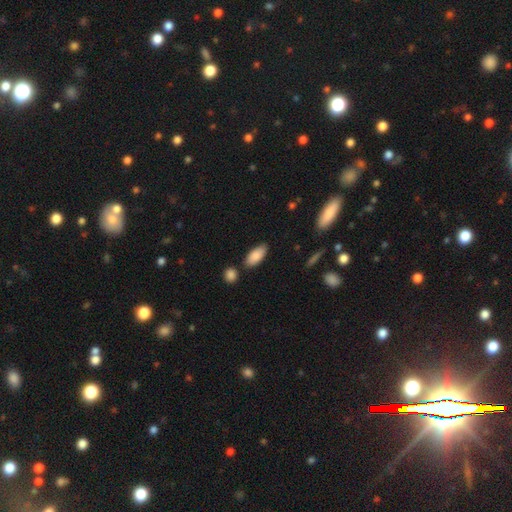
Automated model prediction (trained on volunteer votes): Smooth or featured? Predicted: smooth (p=0.87). How rounded? Predicted: in between (p=0.88). Merging? Predicted: none (p=0.79).